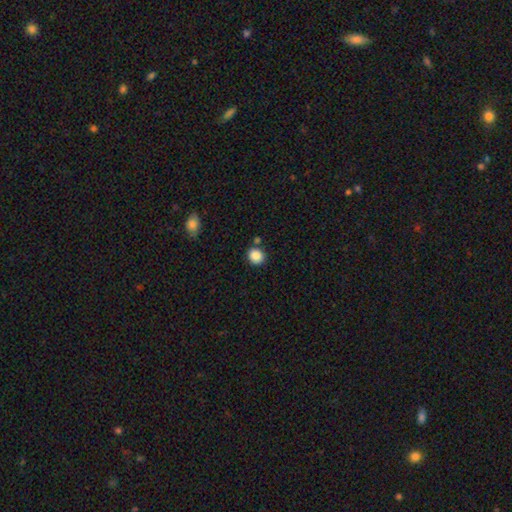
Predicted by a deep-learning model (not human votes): The model was most divided on "how rounded": round: 78%, in between: 21%, cigar-shaped: 1%. More confident: smooth or featured — smooth (88%); merging — none (80%).